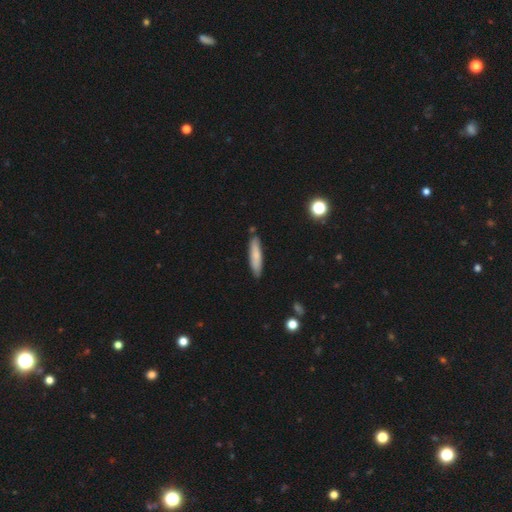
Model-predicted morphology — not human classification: A smooth galaxy with no disk features (74%) that is cigar-shaped (83%). Merging: none (84%).